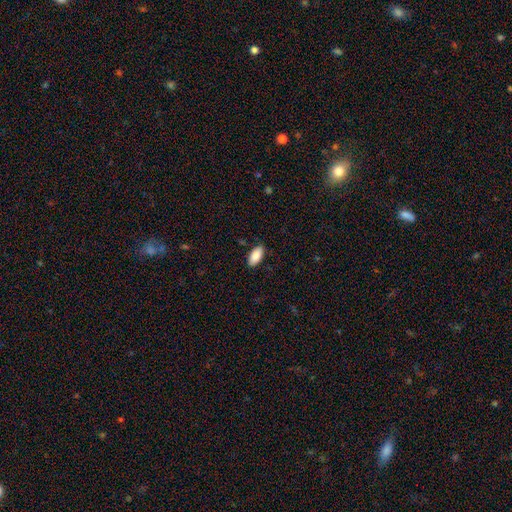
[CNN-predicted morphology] Smooth or featured?
  - smooth: 86% *
  - featured or disk: 8%
  - star or artifact: 6%
How rounded?
  - in between: 93% *
  - cigar-shaped: 5%
  - round: 2%
Merging?
  - none: 87% *
  - minor disturbance: 10%
  - major disturbance: 2%
  - merger: 1%